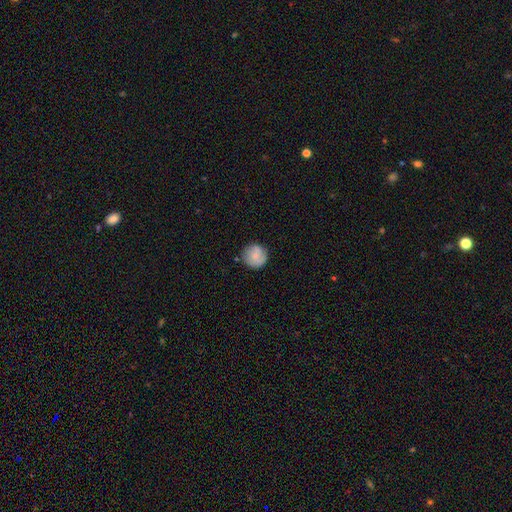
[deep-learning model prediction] smooth_or_featured: smooth (p=0.76) [alt: featured or disk p=0.17]
how_rounded: round (p=0.94) [alt: in between p=0.05]
merging: none (p=0.80) [alt: minor disturbance p=0.15]